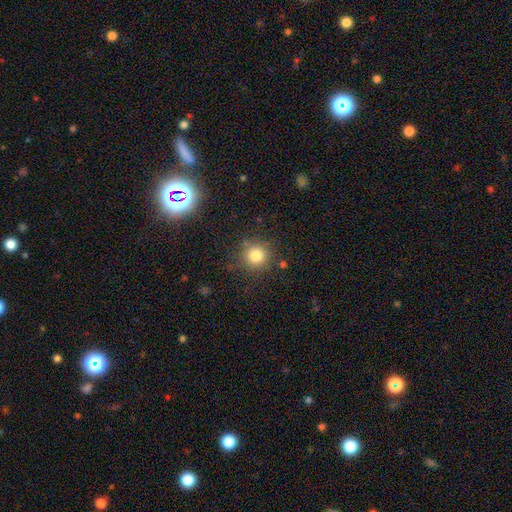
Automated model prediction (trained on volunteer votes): A smooth galaxy with no disk features (80%) that is round (92%).

Vote fractions:
- Smooth or featured? smooth: 80% / star or artifact: 13% / featured or disk: 7%
- How rounded? round: 92% / in between: 7% / cigar-shaped: 1%
- Merging? none: 80% / minor disturbance: 12% / major disturbance: 4% / merger: 4%